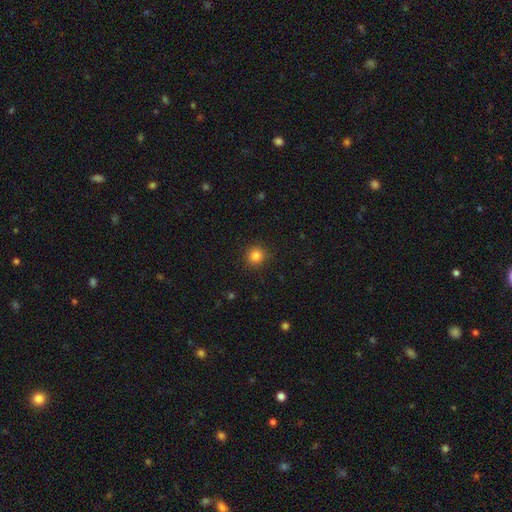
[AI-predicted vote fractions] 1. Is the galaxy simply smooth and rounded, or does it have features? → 84% smooth, 12% star or artifact, 4% featured or disk.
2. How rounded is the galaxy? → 89% round, 10% in between, 1% cigar-shaped.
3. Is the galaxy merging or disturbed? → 91% none, 6% minor disturbance, 2% major disturbance, 1% merger.